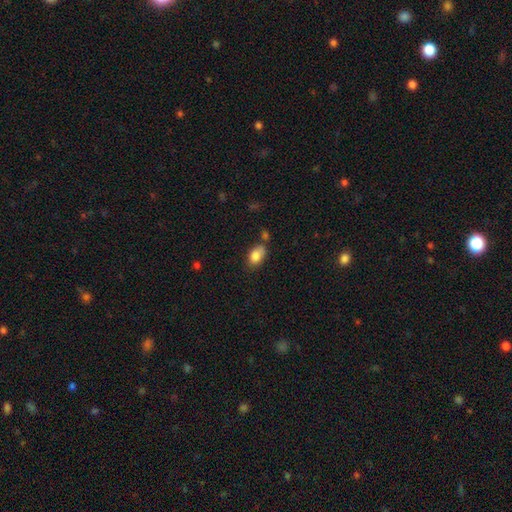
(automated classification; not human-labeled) This appears to be a smooth galaxy with no disk features (83%) that is in between round and cigar-shaped (87%). Merging: none (60%).